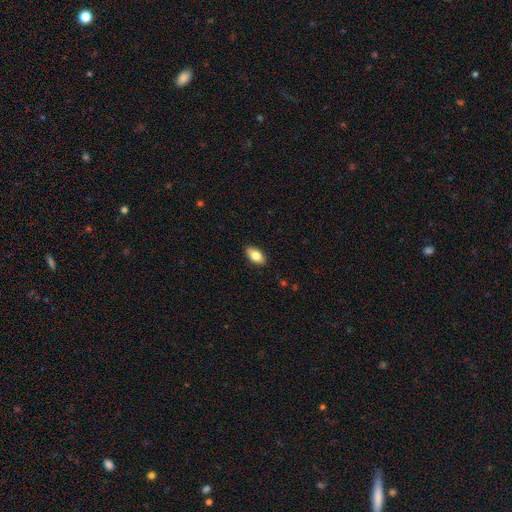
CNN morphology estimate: smooth-or-featured: smooth: 82% | featured or disk: 11% | star or artifact: 7%
  how-rounded: in between: 92% | round: 5% | cigar-shaped: 4%
  merging: none: 88% | minor disturbance: 9% | major disturbance: 2% | merger: 1%